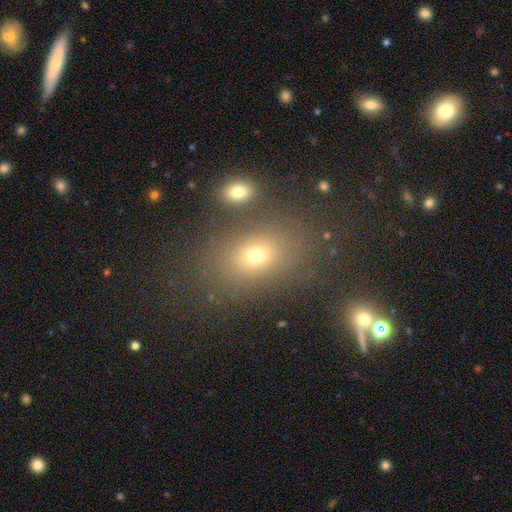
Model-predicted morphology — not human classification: Smooth or featured? Predicted: smooth (p=0.64). How rounded? Predicted: in between (p=0.69). Merging? Predicted: none (p=0.75).